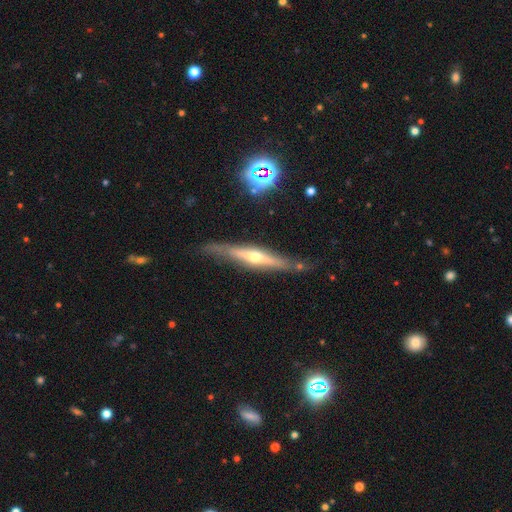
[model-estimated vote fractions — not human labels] The model was most divided on "smooth or featured": featured or disk: 74%, smooth: 18%, star or artifact: 8%. More confident: edge-on disk — yes (94%); edge-on bulge — rounded (84%); merging — none (80%).